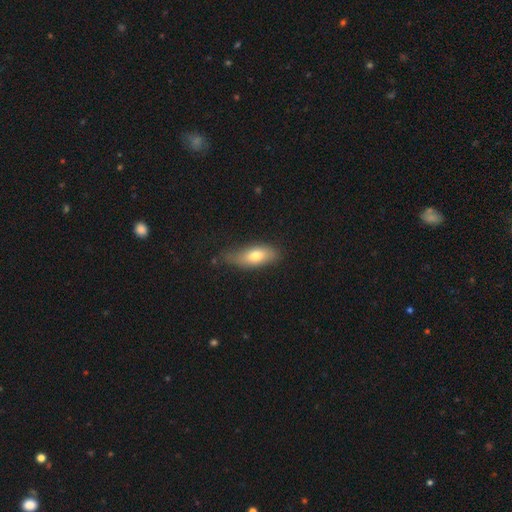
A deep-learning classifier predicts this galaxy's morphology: Overall: smooth (73%). How rounded: in between (77%). Merging: none (61%; minor disturbance 30%).